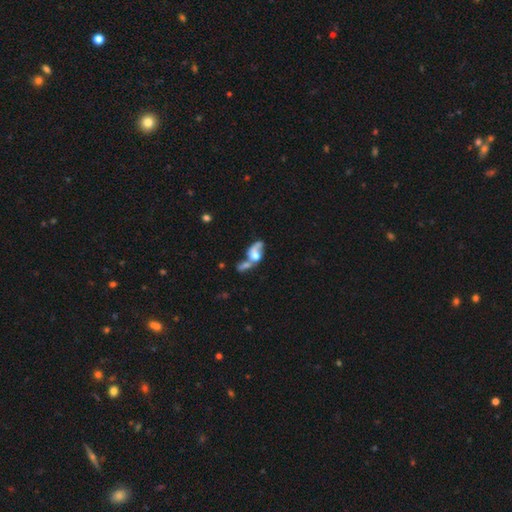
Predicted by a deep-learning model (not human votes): A featured or disk galaxy (49%).

Vote fractions:
- Smooth or featured? featured or disk: 49% / smooth: 41% / star or artifact: 10%
- Merging? merger: 59% / major disturbance: 17% / none: 15% / minor disturbance: 9%